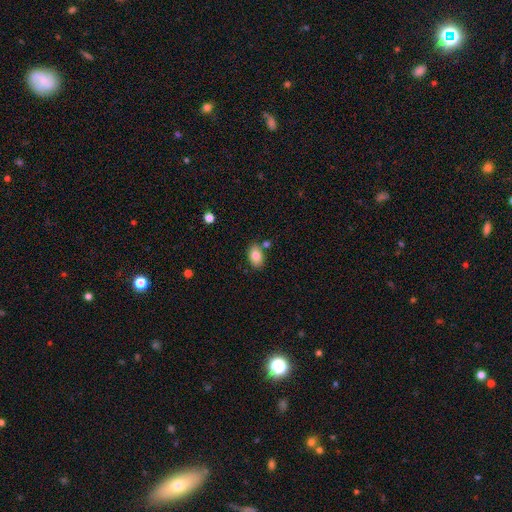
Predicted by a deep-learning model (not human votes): smooth-or-featured: smooth: 83% | featured or disk: 9% | star or artifact: 8%
  how-rounded: in between: 86% | round: 12% | cigar-shaped: 1%
  merging: none: 78% | minor disturbance: 12% | merger: 7% | major disturbance: 3%